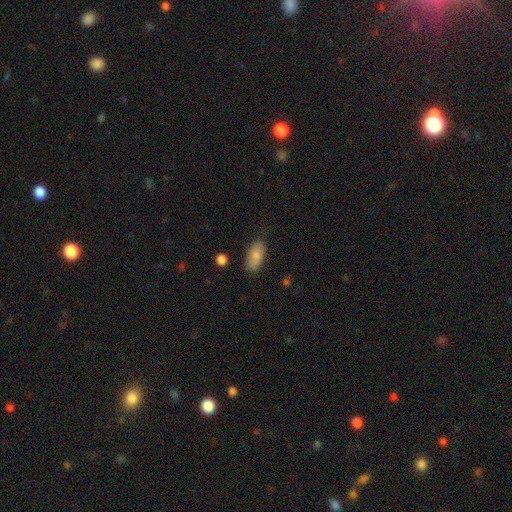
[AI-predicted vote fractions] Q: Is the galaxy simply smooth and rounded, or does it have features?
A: smooth — 82%.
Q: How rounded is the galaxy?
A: in between — 91%.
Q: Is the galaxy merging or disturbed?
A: none — 79%.